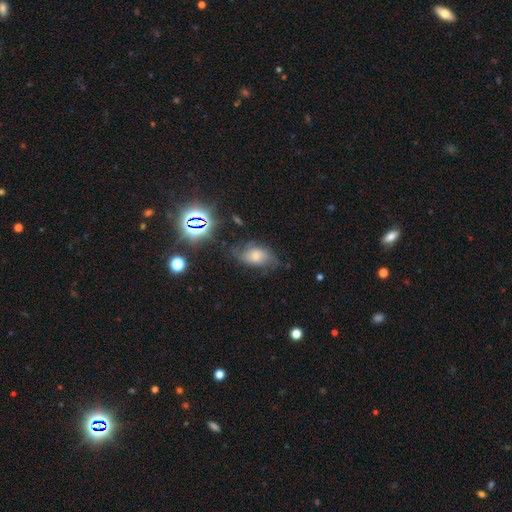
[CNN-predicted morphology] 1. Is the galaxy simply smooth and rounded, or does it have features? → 45% featured or disk, 40% smooth, 16% star or artifact.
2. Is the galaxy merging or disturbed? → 53% none, 28% minor disturbance, 16% major disturbance, 3% merger.